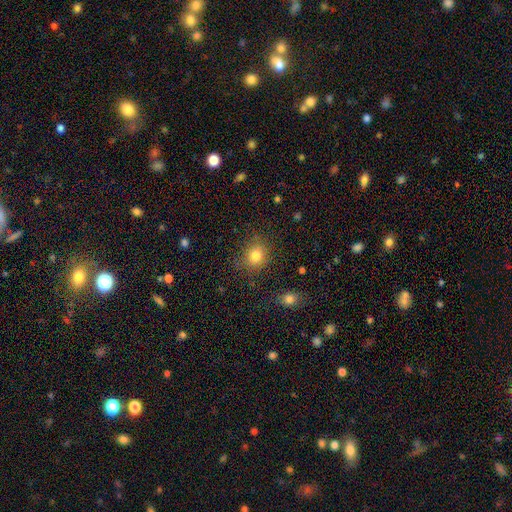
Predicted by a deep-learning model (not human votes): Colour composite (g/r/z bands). It shows a smooth galaxy with no disk features (81%) that is round (72%). Merging: none (81%).